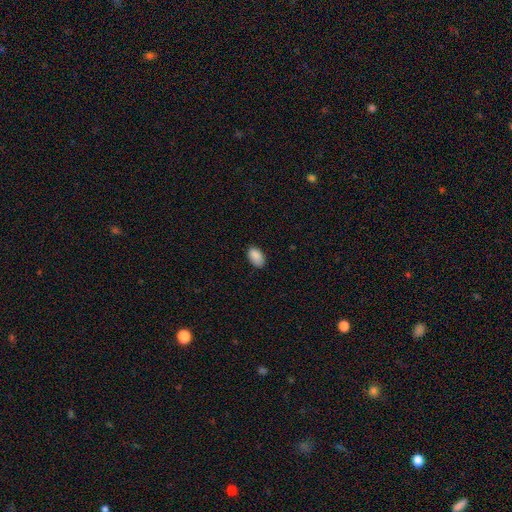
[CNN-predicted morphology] Smooth or featured?
  - smooth: 89% *
  - star or artifact: 7%
  - featured or disk: 3%
How rounded?
  - in between: 93% *
  - round: 6%
  - cigar-shaped: 1%
Merging?
  - none: 81% *
  - minor disturbance: 15%
  - major disturbance: 3%
  - merger: 1%